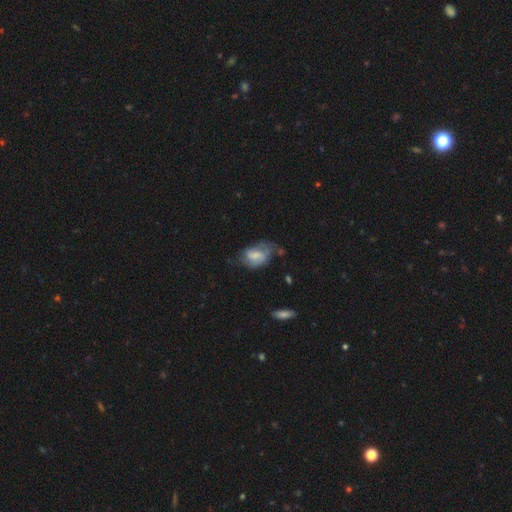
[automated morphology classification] Smooth or featured: smooth — 54% (featured or disk — 38%)
How rounded: in between — 84% (round — 15%)
Merging: none — 37% (minor disturbance — 34%)